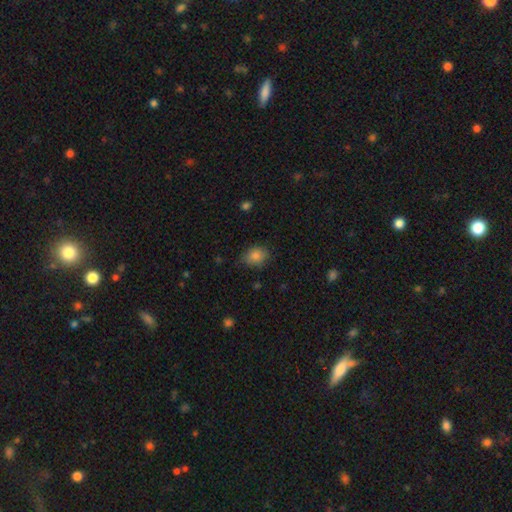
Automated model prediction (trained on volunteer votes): A smooth galaxy with no disk features (84%) that is round (51%).

Vote fractions:
- Smooth or featured? smooth: 84% / star or artifact: 9% / featured or disk: 6%
- How rounded? round: 51% / in between: 48% / cigar-shaped: 1%
- Merging? none: 75% / minor disturbance: 20% / major disturbance: 4% / merger: 1%